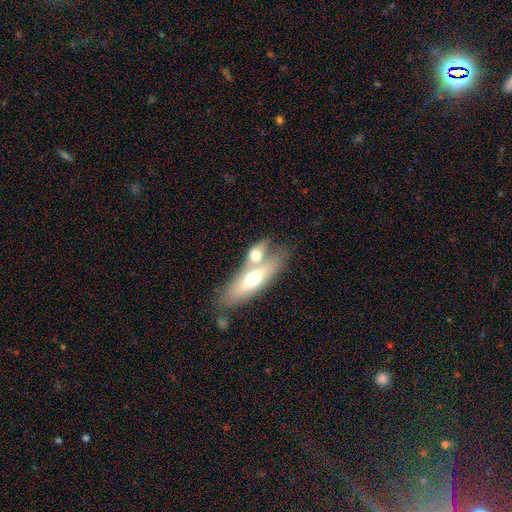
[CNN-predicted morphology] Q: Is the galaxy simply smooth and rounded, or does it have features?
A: smooth — 53%.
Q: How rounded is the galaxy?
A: in between — 56%.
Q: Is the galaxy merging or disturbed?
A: merger — 49%.